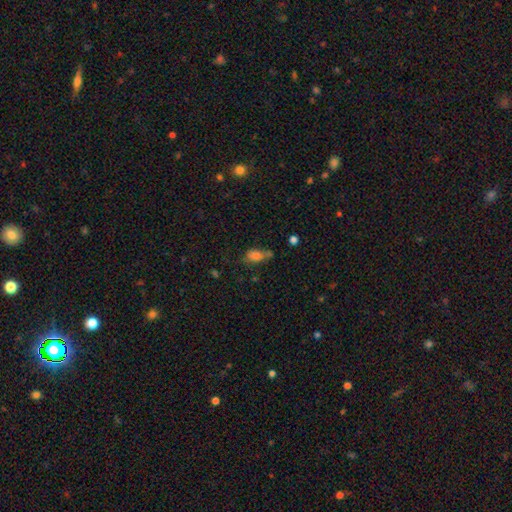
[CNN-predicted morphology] The model was most divided on "merging": none: 39%, minor disturbance: 28%, merger: 17%, major disturbance: 16%. More confident: how rounded — in between (77%); smooth or featured — smooth (74%).